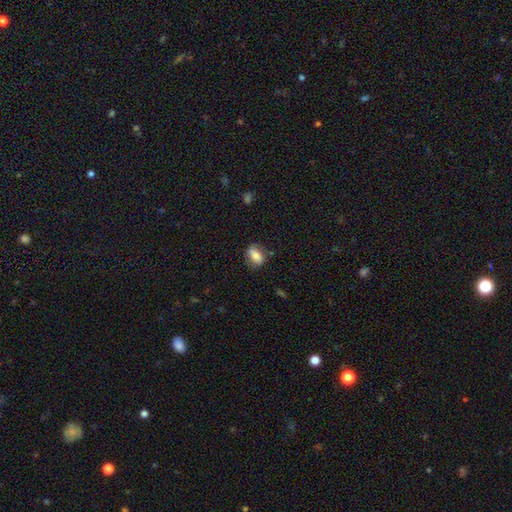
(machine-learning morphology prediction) smooth-or-featured: smooth: 70% | featured or disk: 22% | star or artifact: 8%
  how-rounded: in between: 78% | round: 17% | cigar-shaped: 5%
  merging: none: 69% | minor disturbance: 22% | major disturbance: 7% | merger: 2%